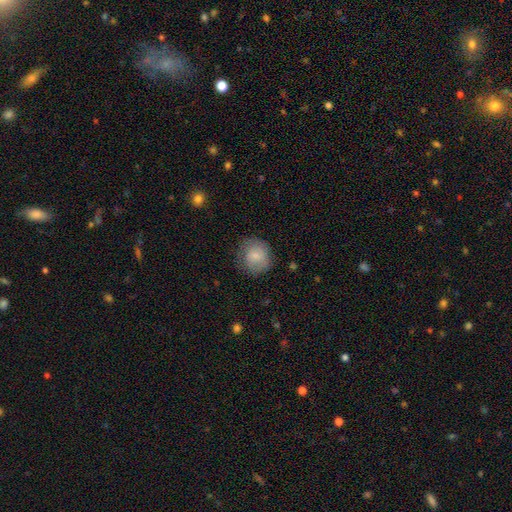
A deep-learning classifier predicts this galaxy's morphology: Overall: smooth (75%). How rounded: round (80%). Merging: none (70%).